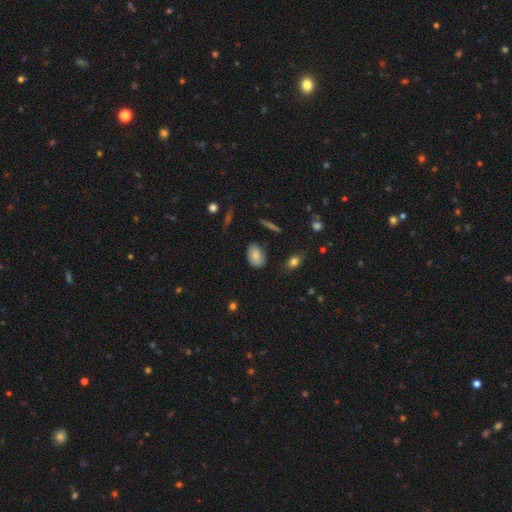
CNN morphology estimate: A smooth galaxy with no disk features (81%) that is in between round and cigar-shaped (88%).

Vote fractions:
- Smooth or featured? smooth: 81% / featured or disk: 10% / star or artifact: 8%
- How rounded? in between: 88% / round: 10% / cigar-shaped: 2%
- Merging? none: 72% / minor disturbance: 21% / major disturbance: 5% / merger: 2%